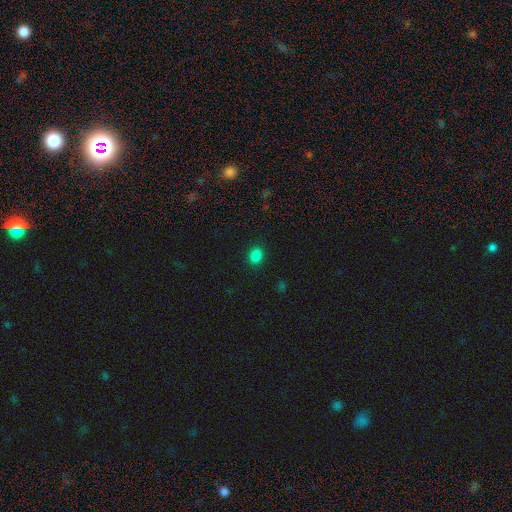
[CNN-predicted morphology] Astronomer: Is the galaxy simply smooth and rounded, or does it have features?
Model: smooth — 83%.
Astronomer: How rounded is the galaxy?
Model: round — 52% (runner-up: in between, 47%).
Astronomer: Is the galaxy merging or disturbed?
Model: none — 90%.